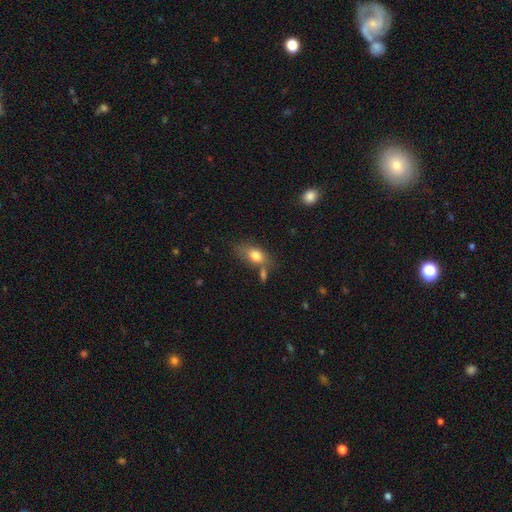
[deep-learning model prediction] The model was most divided on "merging": none: 56%, minor disturbance: 20%, merger: 16%, major disturbance: 7%. More confident: how rounded — in between (79%); smooth or featured — smooth (76%).